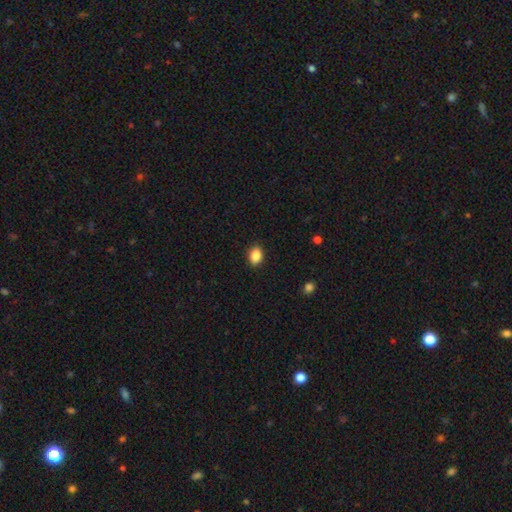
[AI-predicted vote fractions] A smooth galaxy with no disk features (87%) that is in between round and cigar-shaped (65%).

Vote fractions:
- Smooth or featured? smooth: 87% / star or artifact: 9% / featured or disk: 4%
- How rounded? in between: 65% / round: 34% / cigar-shaped: 1%
- Merging? none: 88% / minor disturbance: 9% / major disturbance: 2% / merger: 1%